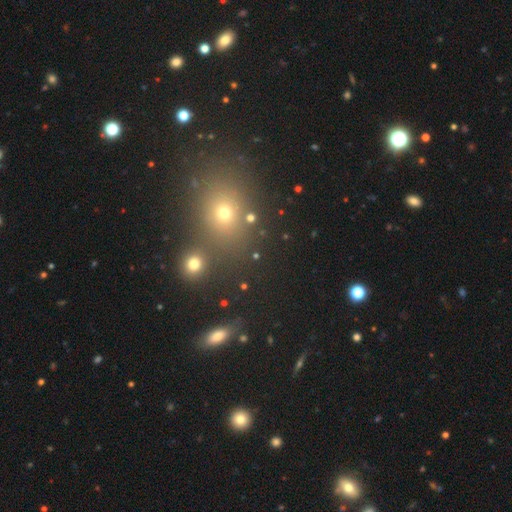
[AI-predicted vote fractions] A smooth galaxy with no disk features (53%) that is round (68%). Merging: none (74%).